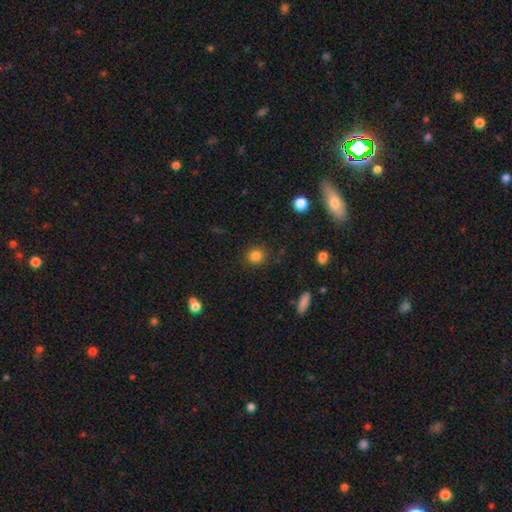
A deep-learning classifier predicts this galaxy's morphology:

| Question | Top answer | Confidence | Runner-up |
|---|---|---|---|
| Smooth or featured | smooth | 83% | star or artifact (12%) |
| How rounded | round | 89% | in between (10%) |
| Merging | none | 88% | minor disturbance (8%) |